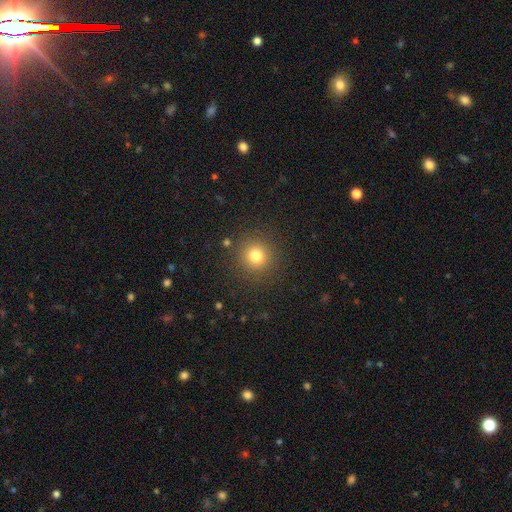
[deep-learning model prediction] Smooth or featured: smooth — 79% (star or artifact — 14%)
How rounded: round — 94% (in between — 5%)
Merging: none — 89% (minor disturbance — 7%)